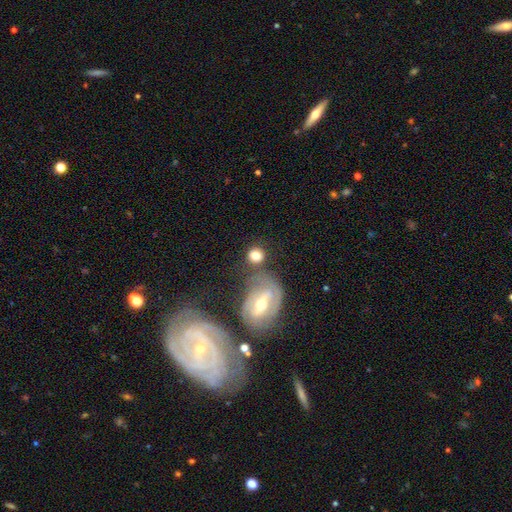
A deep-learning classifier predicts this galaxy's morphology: The model was most divided on "merging": none: 62%, merger: 19%, minor disturbance: 13%, major disturbance: 6%. More confident: how rounded — round (81%); smooth or featured — smooth (74%).